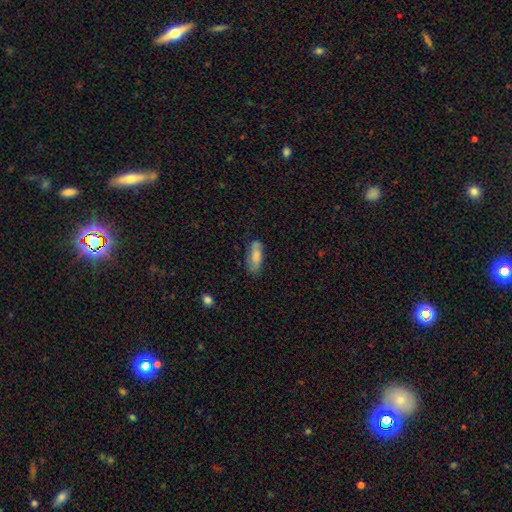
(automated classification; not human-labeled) Smooth or featured? Predicted: smooth (p=0.76). How rounded? Predicted: in between (p=0.68). Merging? Predicted: none (p=0.69).